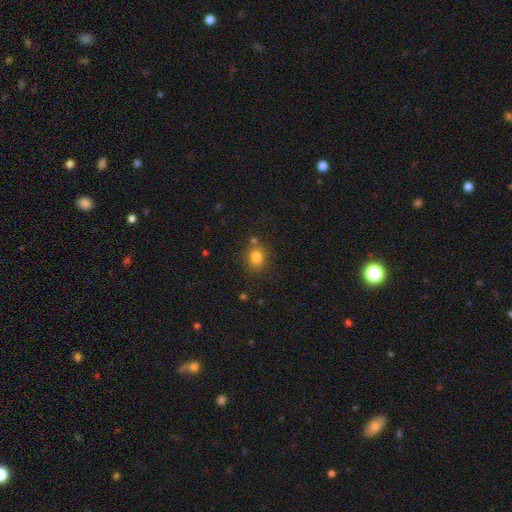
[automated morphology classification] Overall: smooth (81%). How rounded: round (69%; in between 30%). Merging: none (76%).